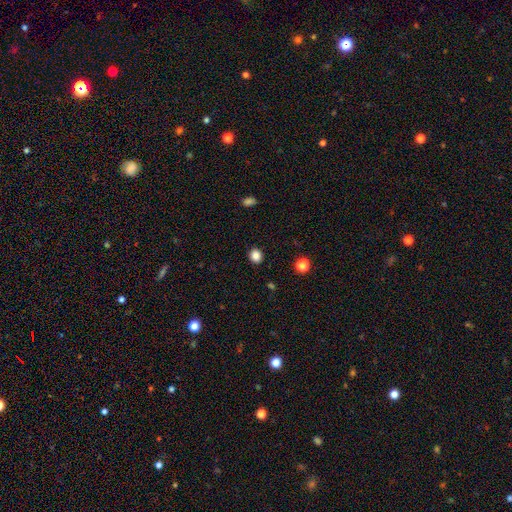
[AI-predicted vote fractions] Smooth or featured: smooth — 85% (star or artifact — 11%)
How rounded: round — 74% (in between — 25%)
Merging: none — 90% (minor disturbance — 6%)